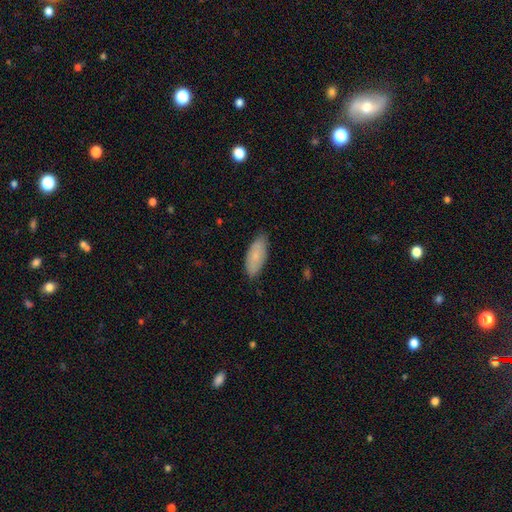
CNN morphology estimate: Overall: smooth (78%). How rounded: in between (84%). Merging: none (79%).